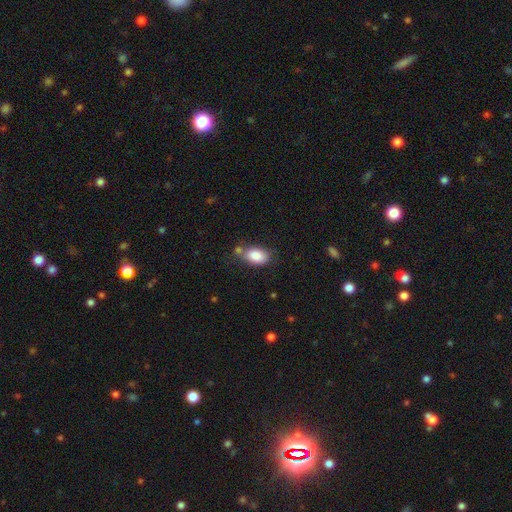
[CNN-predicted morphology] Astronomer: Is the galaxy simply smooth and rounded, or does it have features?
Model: smooth — 86%.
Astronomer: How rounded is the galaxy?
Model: in between — 89%.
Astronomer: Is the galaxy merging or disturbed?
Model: none — 60%.